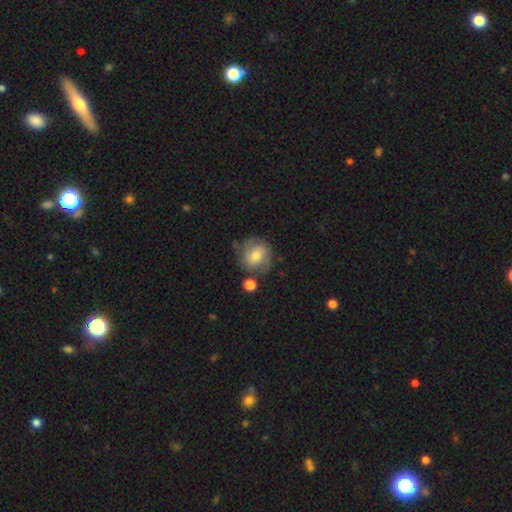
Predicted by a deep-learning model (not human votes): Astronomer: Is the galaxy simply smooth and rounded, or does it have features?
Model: smooth — 57% (runner-up: featured or disk, 34%).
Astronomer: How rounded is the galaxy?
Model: round — 84%.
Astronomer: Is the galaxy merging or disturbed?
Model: none — 64%.